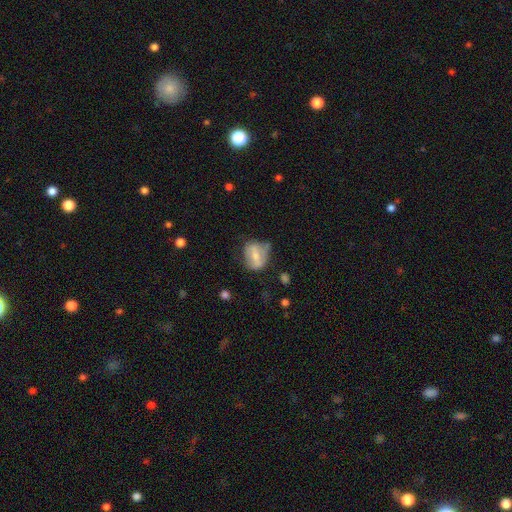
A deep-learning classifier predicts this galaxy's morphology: smooth 55%, featured or disk 37%, star or artifact 8%. Down the decision tree: how rounded — in between (51%); merging — none (51%).